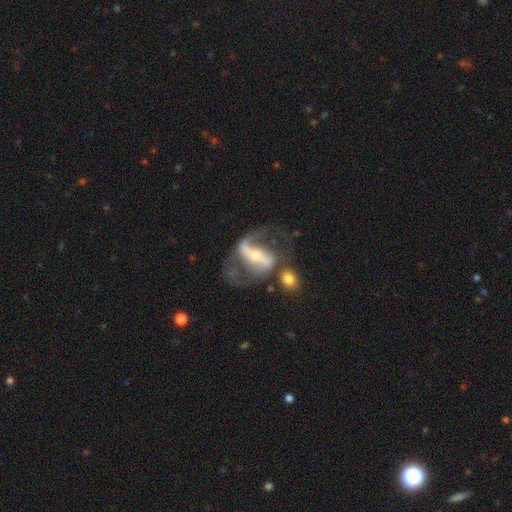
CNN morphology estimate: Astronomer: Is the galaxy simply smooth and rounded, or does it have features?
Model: featured or disk — 87%.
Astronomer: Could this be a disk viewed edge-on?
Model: no — 95%.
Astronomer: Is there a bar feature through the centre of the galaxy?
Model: strong — 64%.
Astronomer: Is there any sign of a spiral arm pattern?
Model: yes — 91%.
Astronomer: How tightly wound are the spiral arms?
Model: loose — 52% (runner-up: medium, 39%).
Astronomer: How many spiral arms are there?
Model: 2 — 88%.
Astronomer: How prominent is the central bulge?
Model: moderate — 47% (runner-up: small, 45%).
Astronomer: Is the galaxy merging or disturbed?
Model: none — 51%.